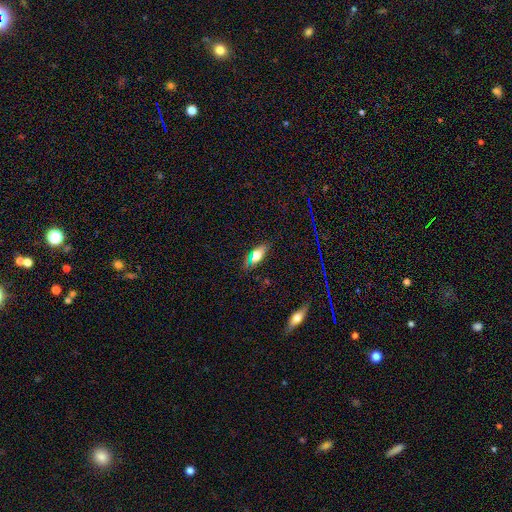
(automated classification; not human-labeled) Smooth or featured?
  - smooth: 63% *
  - featured or disk: 23%
  - star or artifact: 14%
How rounded?
  - in between: 76% *
  - cigar-shaped: 18%
  - round: 6%
Merging?
  - none: 78% *
  - minor disturbance: 16%
  - major disturbance: 4%
  - merger: 2%